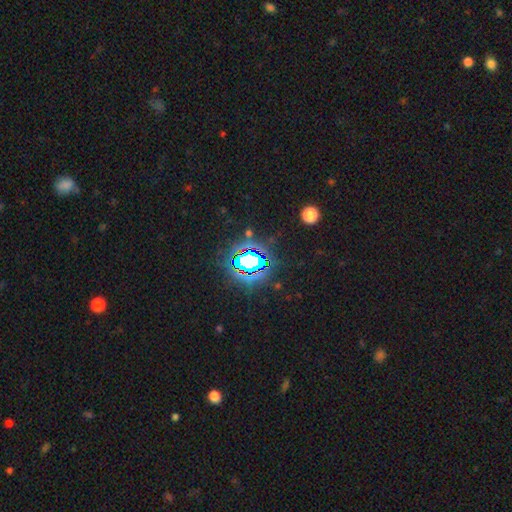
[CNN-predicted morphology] Q: Smooth or featured?
A: star or artifact (83%); runner-up: smooth (11%)